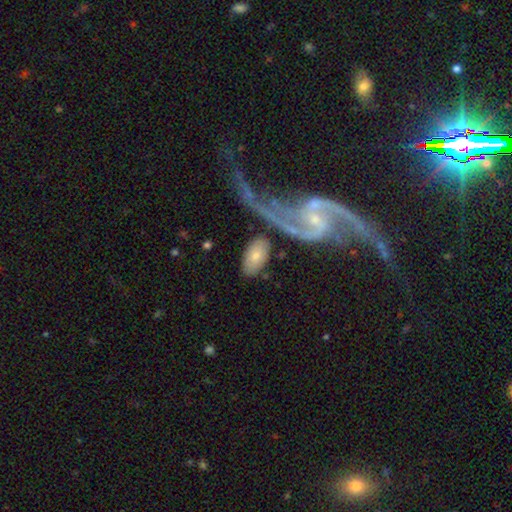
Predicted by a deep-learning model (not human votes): Smooth or featured? smooth (71%)
How rounded? in between (94%)
Merging? none (72%)